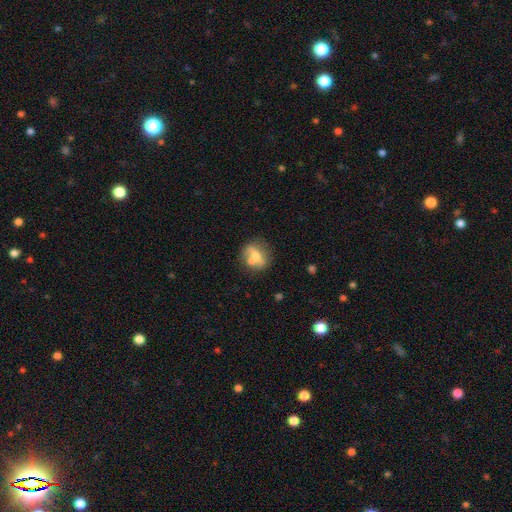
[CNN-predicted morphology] Smooth or featured: smooth — 48% (featured or disk — 42%)
Merging: none — 59% (merger — 21%)